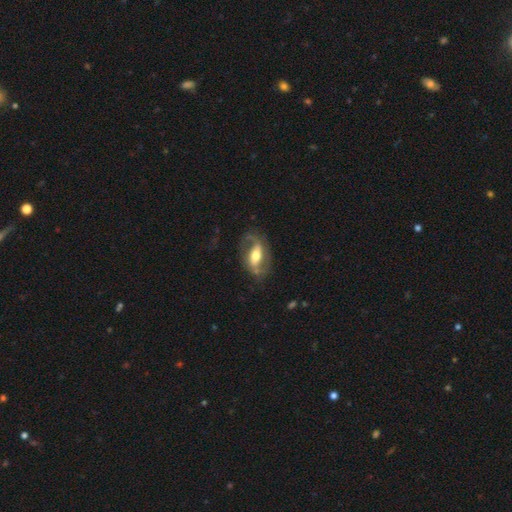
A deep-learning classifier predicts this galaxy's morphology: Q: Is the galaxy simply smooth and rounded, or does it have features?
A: featured or disk — 79%.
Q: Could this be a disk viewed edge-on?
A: no — 93%.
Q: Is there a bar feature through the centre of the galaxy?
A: strong — 47%.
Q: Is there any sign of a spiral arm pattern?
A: yes — 85%.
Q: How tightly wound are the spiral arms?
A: medium — 44%.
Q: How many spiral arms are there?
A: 2 — 83%.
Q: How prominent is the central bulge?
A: moderate — 66%.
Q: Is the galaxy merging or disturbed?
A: none — 66%.